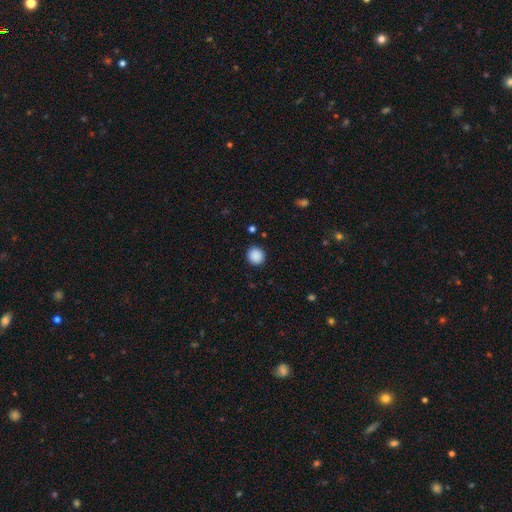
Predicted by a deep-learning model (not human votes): Smooth or featured?
  - smooth: 89% *
  - star or artifact: 9%
  - featured or disk: 2%
How rounded?
  - round: 92% *
  - in between: 7%
  - cigar-shaped: 1%
Merging?
  - none: 91% *
  - minor disturbance: 5%
  - major disturbance: 2%
  - merger: 1%